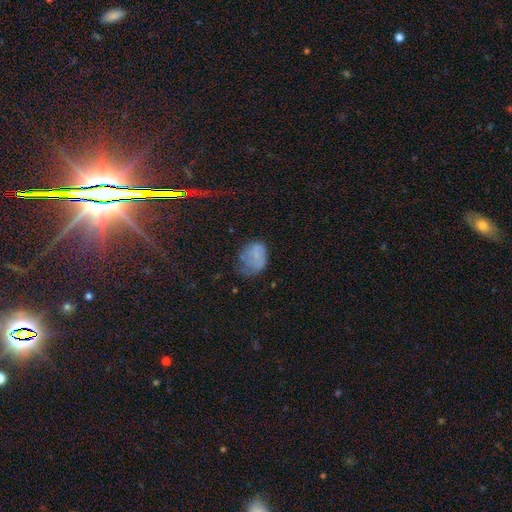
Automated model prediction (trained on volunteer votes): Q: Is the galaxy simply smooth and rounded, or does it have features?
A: smooth — 62%.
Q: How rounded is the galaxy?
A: in between — 65%.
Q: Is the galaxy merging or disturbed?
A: none — 36%.